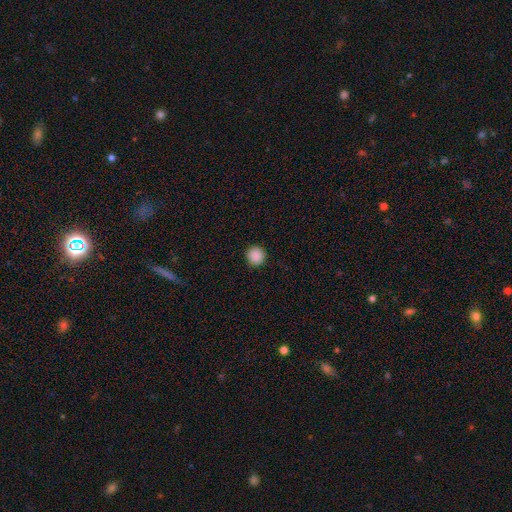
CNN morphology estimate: Smooth or featured? Predicted: smooth (p=0.89). How rounded? Predicted: round (p=0.94). Merging? Predicted: none (p=0.93).